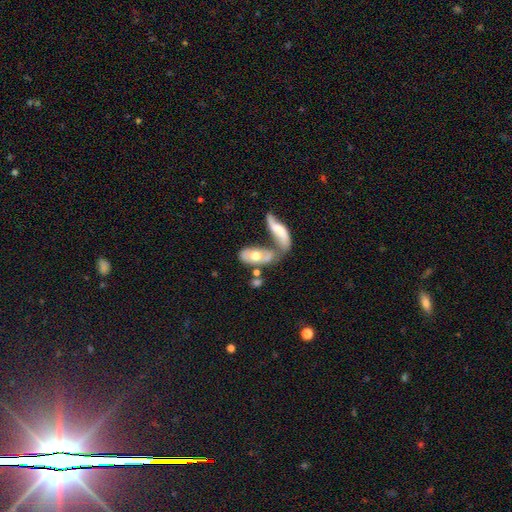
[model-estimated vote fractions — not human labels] Smooth or featured: smooth — 51% (featured or disk — 44%)
How rounded: in between — 88% (cigar-shaped — 8%)
Merging: merger — 53% (none — 25%)